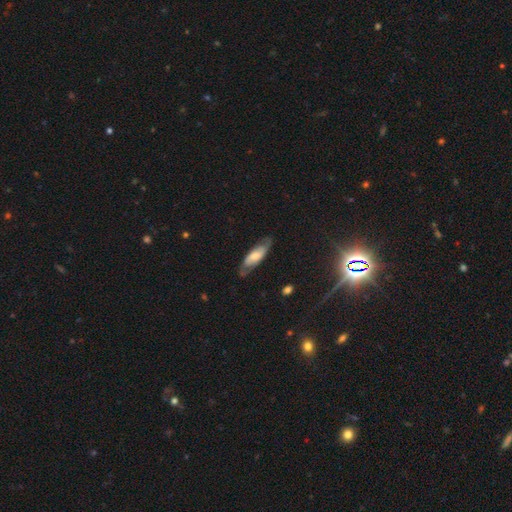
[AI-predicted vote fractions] Overall: featured or disk (47%; smooth 46%). Merging: none (72%).